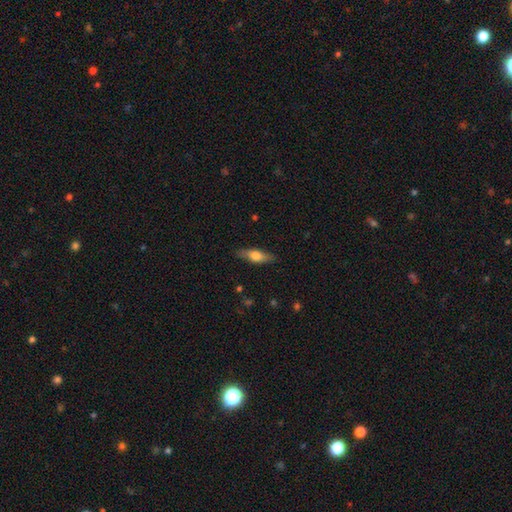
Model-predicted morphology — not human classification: Smooth or featured?
  - smooth: 58% *
  - featured or disk: 35%
  - star or artifact: 6%
How rounded?
  - in between: 51% *
  - cigar-shaped: 46%
  - round: 3%
Merging?
  - none: 83% *
  - minor disturbance: 13%
  - major disturbance: 3%
  - merger: 1%